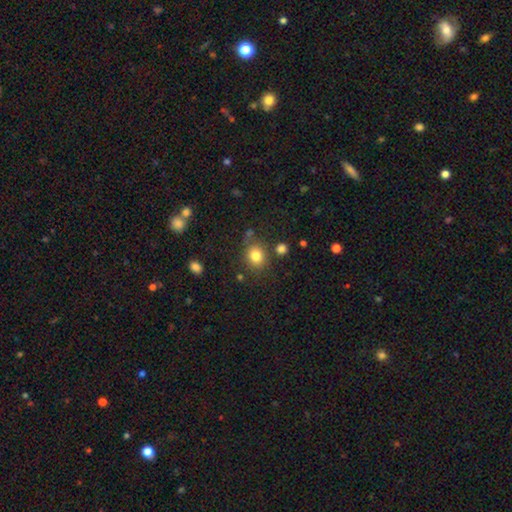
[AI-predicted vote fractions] Smooth or featured? Predicted: smooth (p=0.81). How rounded? Predicted: round (p=0.71). Merging? Predicted: none (p=0.76).